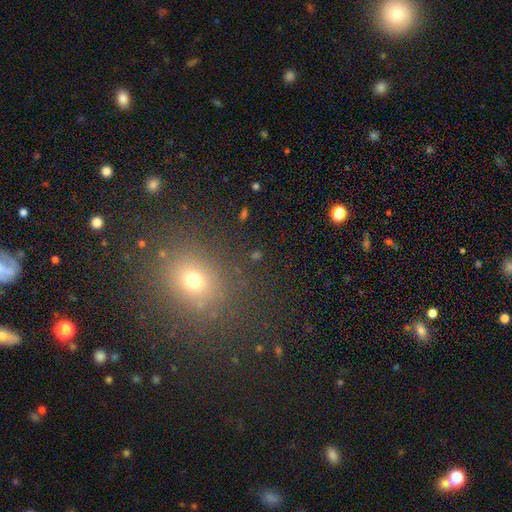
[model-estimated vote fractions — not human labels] The model was most divided on "smooth or featured": smooth: 54%, star or artifact: 34%, featured or disk: 11%. More confident: merging — none (81%); how rounded — round (63%).